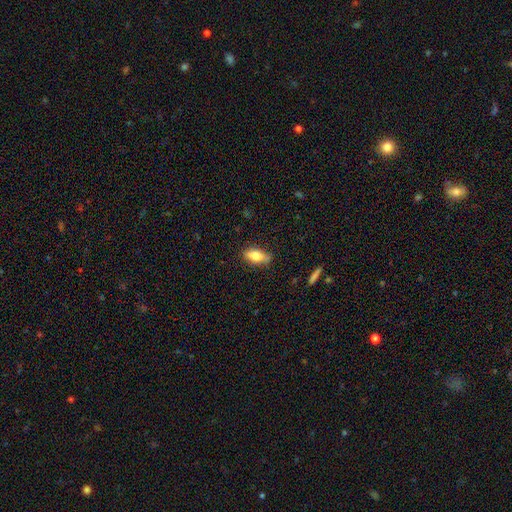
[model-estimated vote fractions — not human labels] This appears to be a smooth galaxy with no disk features (73%) that is in between round and cigar-shaped (81%). Merging: none (79%).